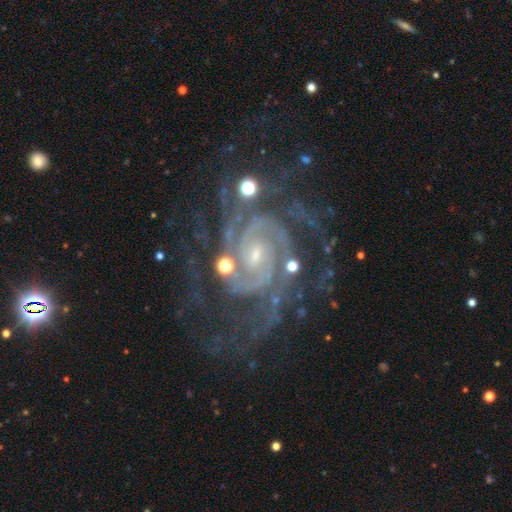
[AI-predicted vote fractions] Smooth or featured: featured or disk — 91% (star or artifact — 7%)
Edge-on disk: no — 98% (yes — 2%)
Bar: no — 57% (weak — 31%)
Spiral arms: yes — 99% (no — 1%)
Spiral winding: tight — 67% (medium — 29%)
Spiral arm count: 2 — 43% (3 — 17%)
Bulge size: small — 76% (moderate — 18%)
Merging: none — 67% (minor disturbance — 17%)